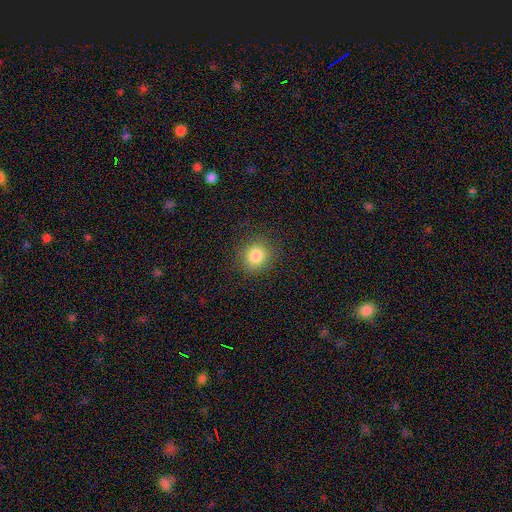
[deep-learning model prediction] Q: Smooth or featured?
A: smooth (83%); runner-up: star or artifact (11%)
Q: How rounded?
A: round (84%); runner-up: in between (15%)
Q: Merging?
A: none (88%); runner-up: minor disturbance (8%)